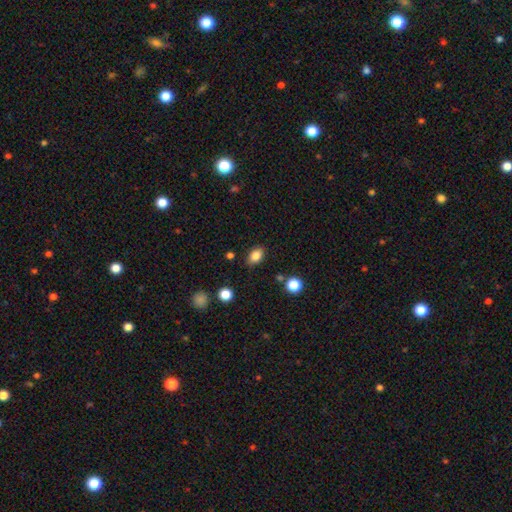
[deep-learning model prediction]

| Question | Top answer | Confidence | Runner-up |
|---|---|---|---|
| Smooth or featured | smooth | 85% | star or artifact (10%) |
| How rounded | in between | 82% | round (17%) |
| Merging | none | 83% | minor disturbance (12%) |